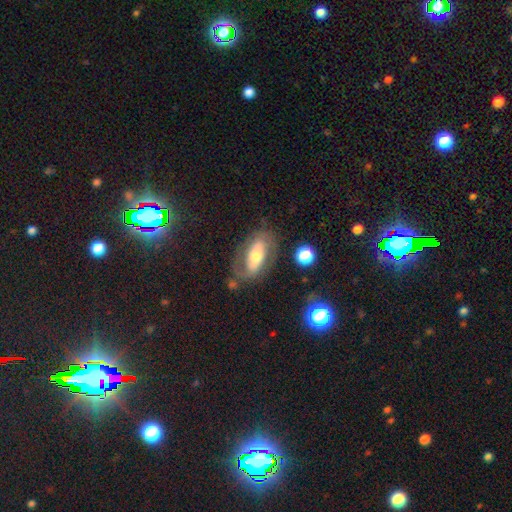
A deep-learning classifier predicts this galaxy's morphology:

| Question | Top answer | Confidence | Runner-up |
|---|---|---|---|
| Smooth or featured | featured or disk | 58% | smooth (36%) |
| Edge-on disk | no | 89% | yes (11%) |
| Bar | no | 46% | strong (28%) |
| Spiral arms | yes | 54% | no (46%) |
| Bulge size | moderate | 64% | small (18%) |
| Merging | none | 66% | minor disturbance (18%) |